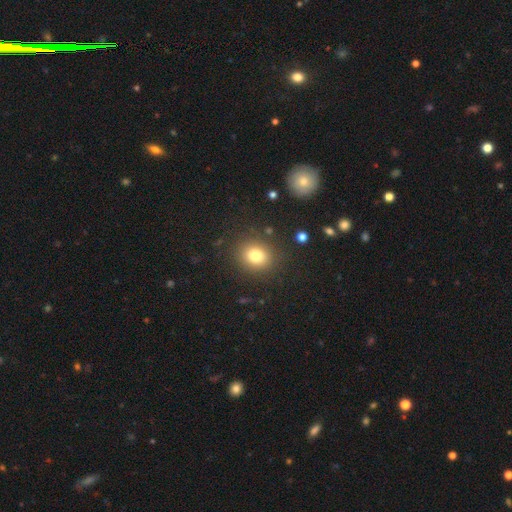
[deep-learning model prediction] Smooth or featured? smooth (79%)
How rounded? round (73%)
Merging? none (87%)